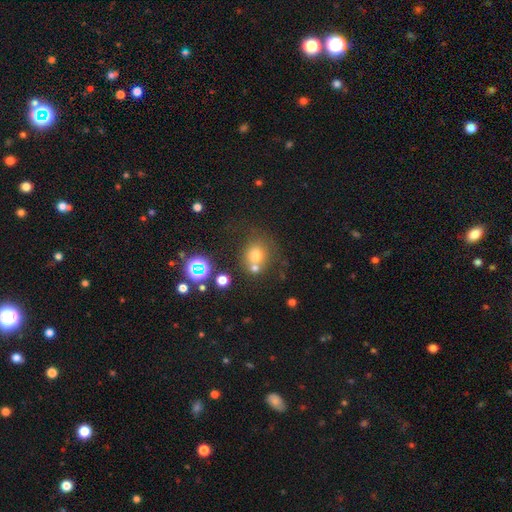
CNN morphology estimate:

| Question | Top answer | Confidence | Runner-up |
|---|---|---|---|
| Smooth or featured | smooth | 69% | star or artifact (18%) |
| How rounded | round | 81% | in between (18%) |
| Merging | none | 53% | merger (29%) |